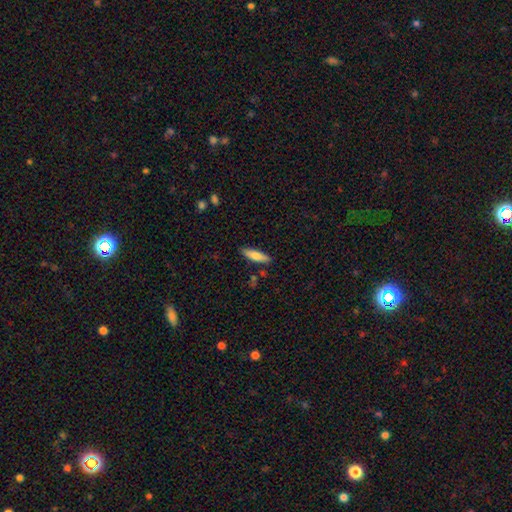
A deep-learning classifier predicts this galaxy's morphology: type=smooth (76%); roundness=cigar-shaped (64%); merging=none (84%).